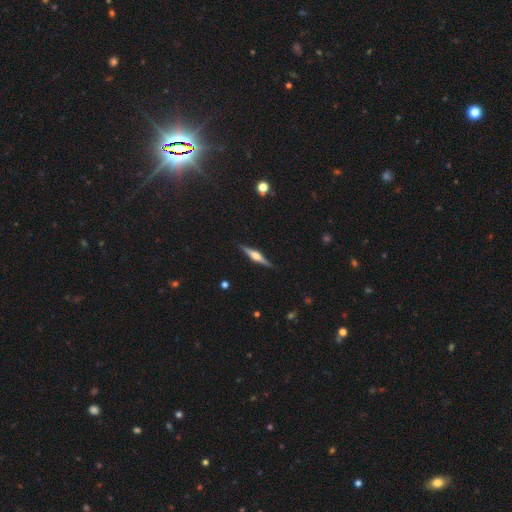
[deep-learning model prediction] Morphology: type=featured or disk (77%); edge-on=yes (98%); edge-on bulge=rounded (91%); merging=none (90%).